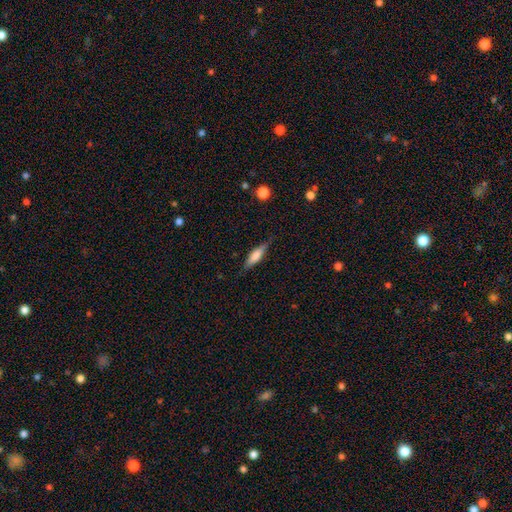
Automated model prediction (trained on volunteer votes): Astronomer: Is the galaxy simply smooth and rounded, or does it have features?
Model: smooth — 55% (runner-up: featured or disk, 38%).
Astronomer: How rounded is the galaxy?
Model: cigar-shaped — 71%.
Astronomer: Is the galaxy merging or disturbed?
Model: none — 82%.